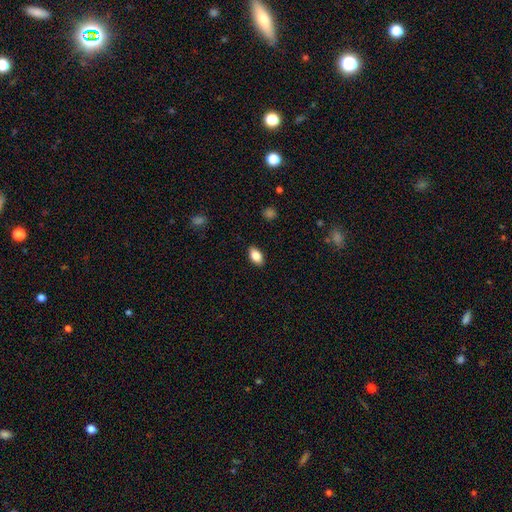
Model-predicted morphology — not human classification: A smooth galaxy with no disk features (84%) that is in between round and cigar-shaped (91%).

Vote fractions:
- Smooth or featured? smooth: 84% / featured or disk: 8% / star or artifact: 8%
- How rounded? in between: 91% / round: 5% / cigar-shaped: 4%
- Merging? none: 88% / minor disturbance: 9% / major disturbance: 2% / merger: 1%